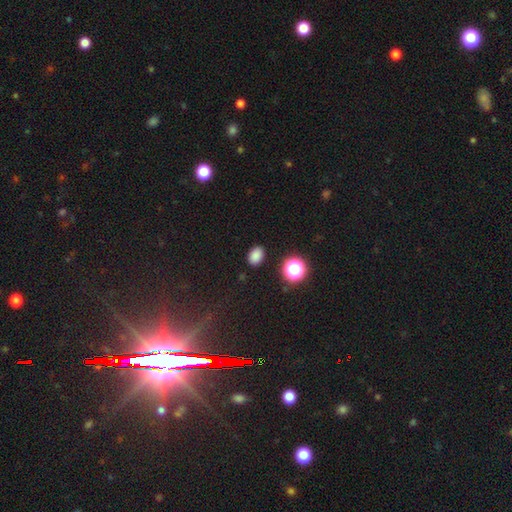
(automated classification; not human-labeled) Smooth or featured?
  - smooth: 82% *
  - star or artifact: 14%
  - featured or disk: 4%
How rounded?
  - in between: 76% *
  - round: 23%
  - cigar-shaped: 1%
Merging?
  - none: 87% *
  - minor disturbance: 9%
  - major disturbance: 2%
  - merger: 2%